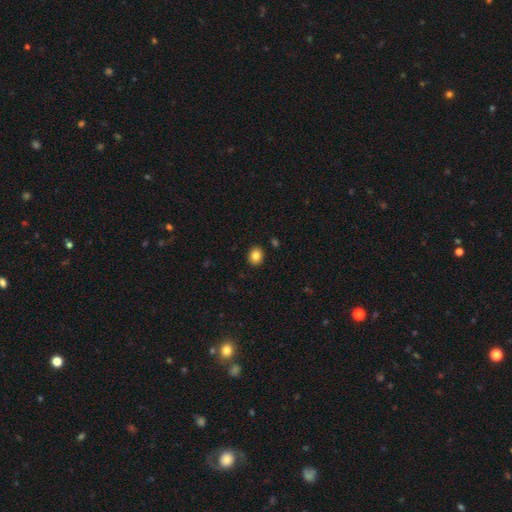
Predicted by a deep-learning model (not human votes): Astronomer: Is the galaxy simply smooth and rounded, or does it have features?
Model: smooth — 83%.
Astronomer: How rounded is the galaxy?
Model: round — 65%.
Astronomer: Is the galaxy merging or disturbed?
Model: none — 90%.